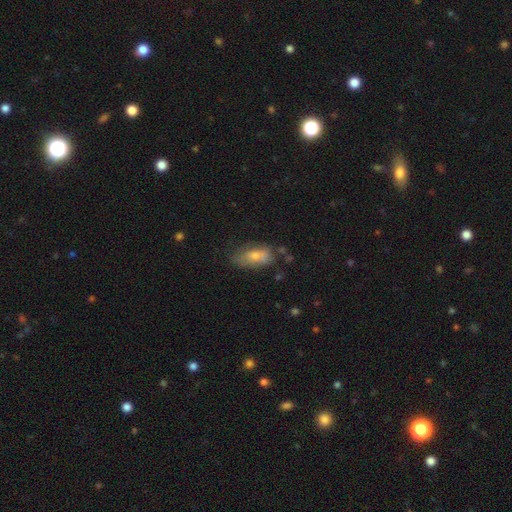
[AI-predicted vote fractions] Smooth or featured? smooth (64%)
How rounded? in between (81%)
Merging? none (60%)